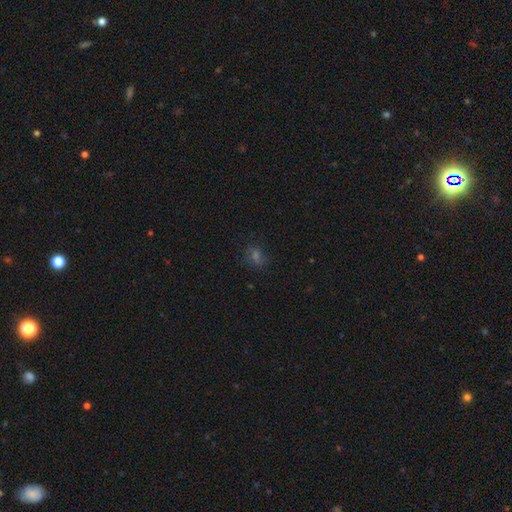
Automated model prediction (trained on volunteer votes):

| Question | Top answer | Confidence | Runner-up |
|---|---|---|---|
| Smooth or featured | smooth | 47% | star or artifact (35%) |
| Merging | none | 79% | minor disturbance (14%) |